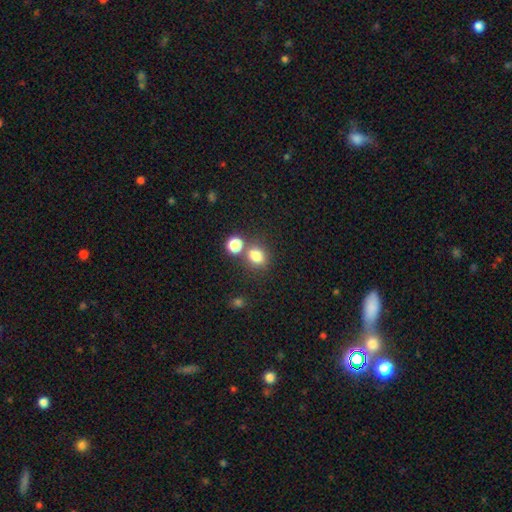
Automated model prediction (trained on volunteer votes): This appears to be a smooth galaxy with no disk features (80%) that is round (52%). Merging: none (62%).